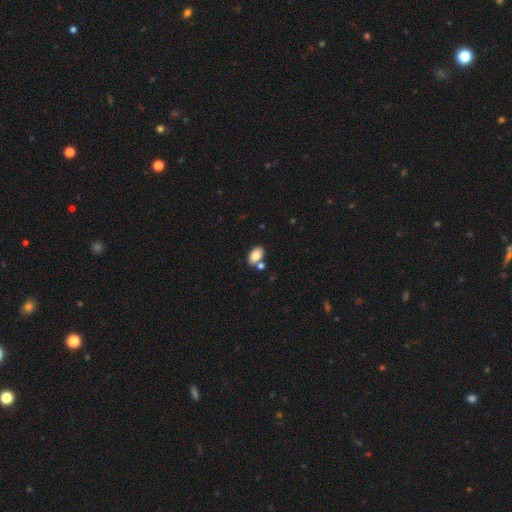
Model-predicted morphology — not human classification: Smooth or featured?
  - smooth: 85% *
  - star or artifact: 8%
  - featured or disk: 7%
How rounded?
  - in between: 92% *
  - round: 6%
  - cigar-shaped: 1%
Merging?
  - none: 66% *
  - merger: 19%
  - minor disturbance: 12%
  - major disturbance: 3%